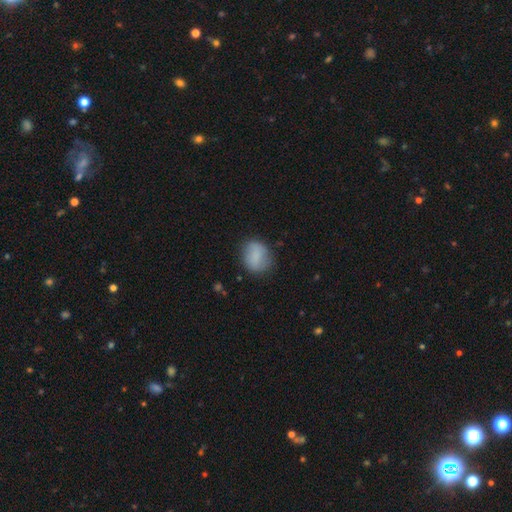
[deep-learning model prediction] Smooth or featured?
  - smooth: 80% *
  - featured or disk: 12%
  - star or artifact: 8%
How rounded?
  - round: 55% *
  - in between: 44%
  - cigar-shaped: 1%
Merging?
  - none: 74% *
  - minor disturbance: 19%
  - major disturbance: 6%
  - merger: 2%